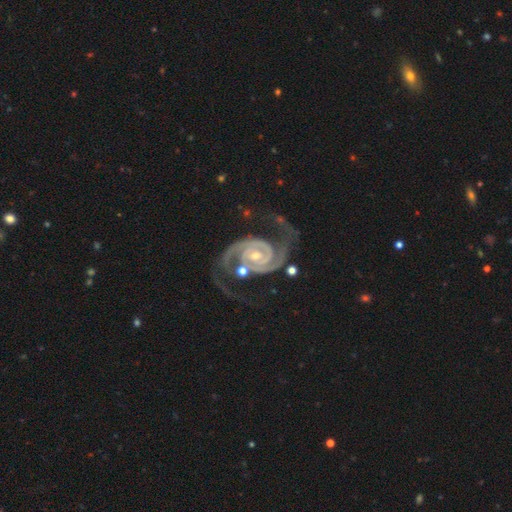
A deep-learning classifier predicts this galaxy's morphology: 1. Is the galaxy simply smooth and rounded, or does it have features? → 94% featured or disk, 4% star or artifact, 2% smooth.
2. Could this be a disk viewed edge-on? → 98% no, 2% yes.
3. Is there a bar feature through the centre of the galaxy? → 47% no, 35% weak, 17% strong.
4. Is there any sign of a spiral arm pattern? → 99% yes, 1% no.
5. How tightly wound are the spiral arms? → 47% tight, 44% medium, 10% loose.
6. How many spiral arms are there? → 92% 2, 3% 3, 2% can't tell, 1% 1, 1% 4, 1% more than 4.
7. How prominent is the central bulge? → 56% small, 40% moderate, 2% large, 1% none, 1% dominant.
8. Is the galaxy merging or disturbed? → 59% none, 18% minor disturbance, 15% major disturbance, 7% merger.